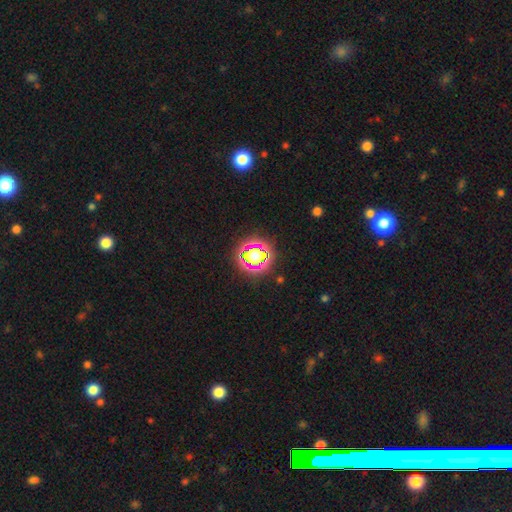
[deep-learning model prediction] A star or artifact, not a galaxy (54%).